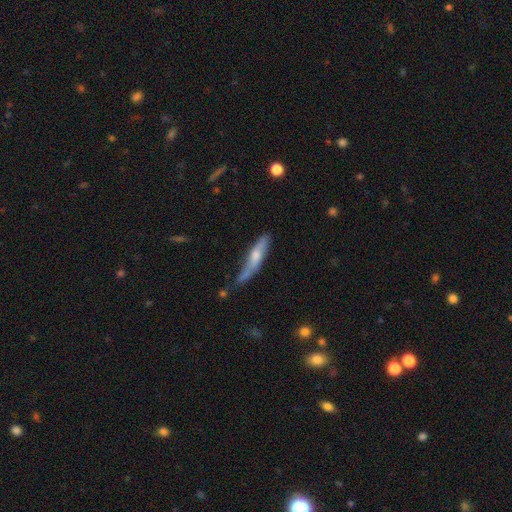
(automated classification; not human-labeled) This is possibly a featured or disk galaxy (48%). Merging: possibly none (46%).